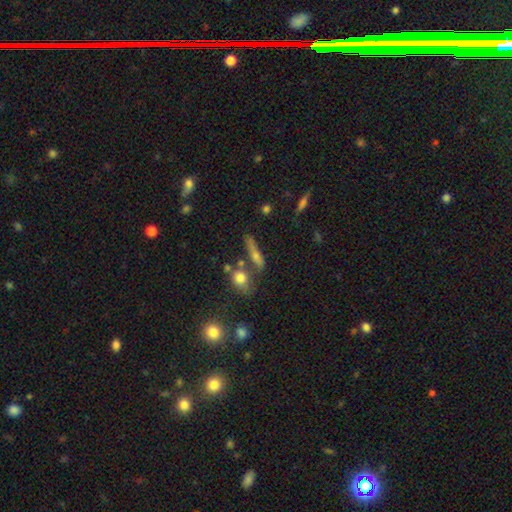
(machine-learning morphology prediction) This is possibly a smooth galaxy (54%). How rounded: possibly cigar-shaped (57%). Merging: possibly none (59%).